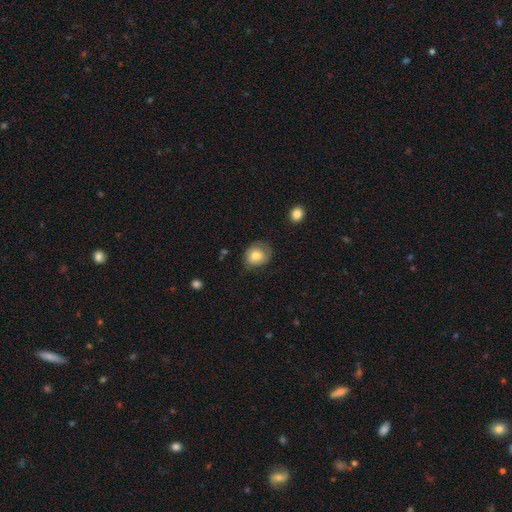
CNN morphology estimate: A smooth galaxy with no disk features (68%) that is round (56%).

Vote fractions:
- Smooth or featured? smooth: 68% / featured or disk: 24% / star or artifact: 8%
- How rounded? round: 56% / in between: 43% / cigar-shaped: 1%
- Merging? none: 63% / minor disturbance: 26% / major disturbance: 9% / merger: 2%